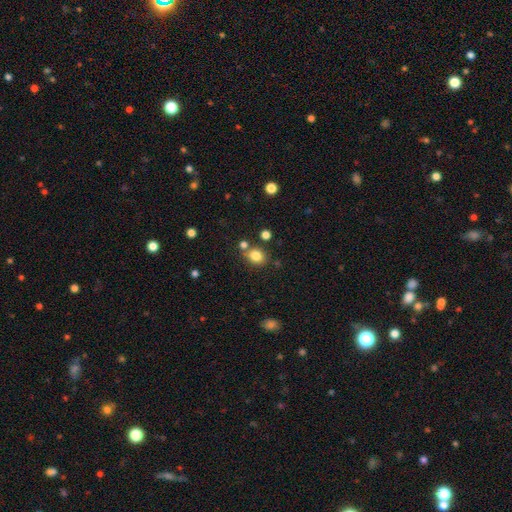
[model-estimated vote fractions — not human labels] This appears to be a smooth galaxy with no disk features (82%) that is round (60%). Merging: none (71%).